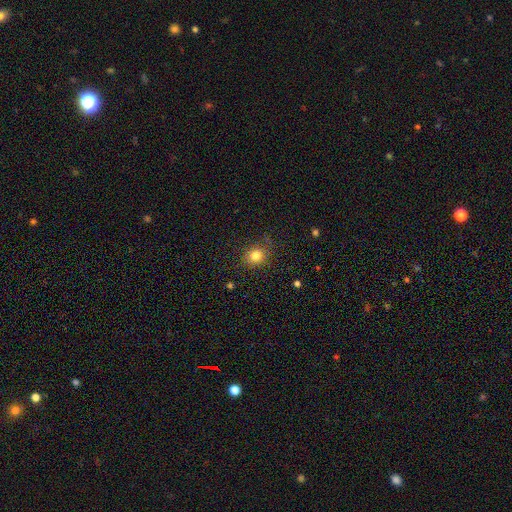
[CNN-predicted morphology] This is clearly a smooth galaxy (82%). How rounded: likely round (78%). Merging: clearly none (81%).